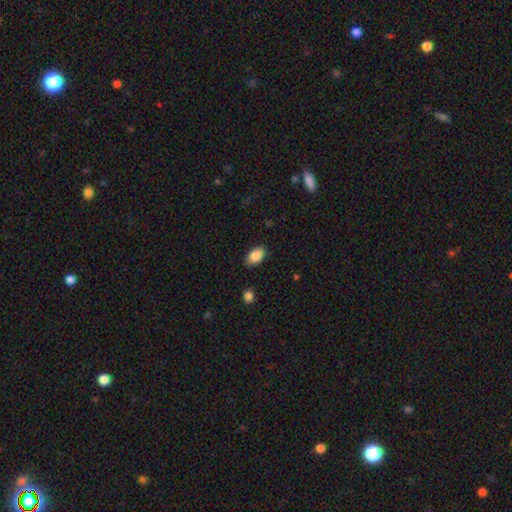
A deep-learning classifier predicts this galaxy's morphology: This is clearly a smooth galaxy (87%). How rounded: clearly in between (90%). Merging: clearly none (85%).